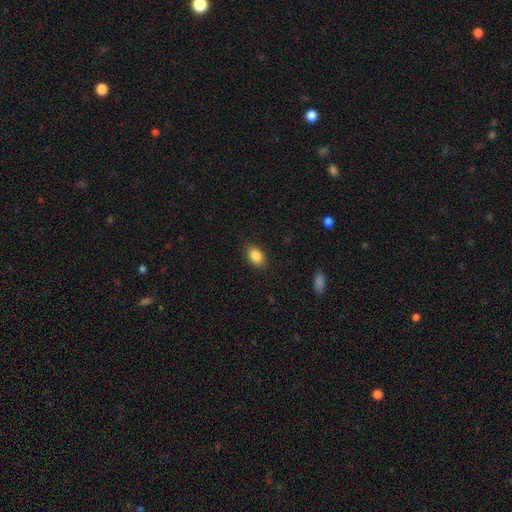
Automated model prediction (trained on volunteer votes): Overall: smooth (86%). How rounded: in between (87%). Merging: none (86%).